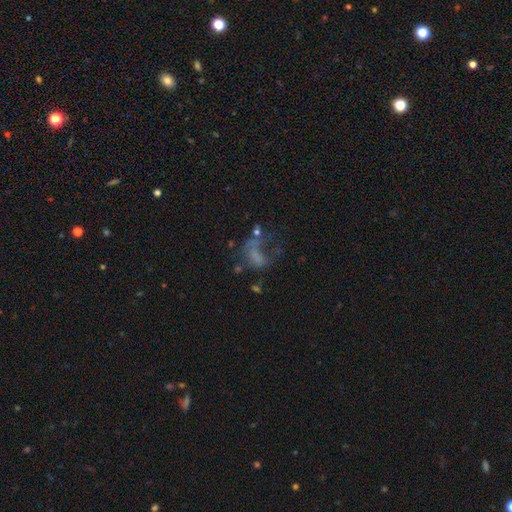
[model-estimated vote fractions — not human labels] Smooth or featured?
  - featured or disk: 41% *
  - smooth: 38%
  - star or artifact: 21%
Merging?
  - major disturbance: 48% *
  - none: 23%
  - merger: 16%
  - minor disturbance: 13%